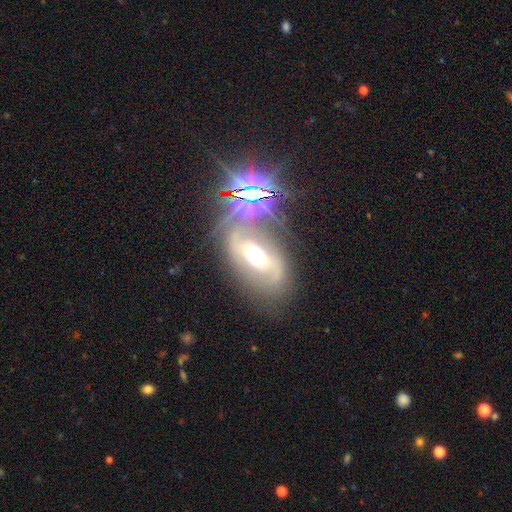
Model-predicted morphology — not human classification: Smooth or featured? featured or disk (61%)
Edge-on disk? no (93%)
Bar? weak (36%)
Spiral arms? yes (74%)
Bulge size? moderate (63%)
Merging? none (63%)